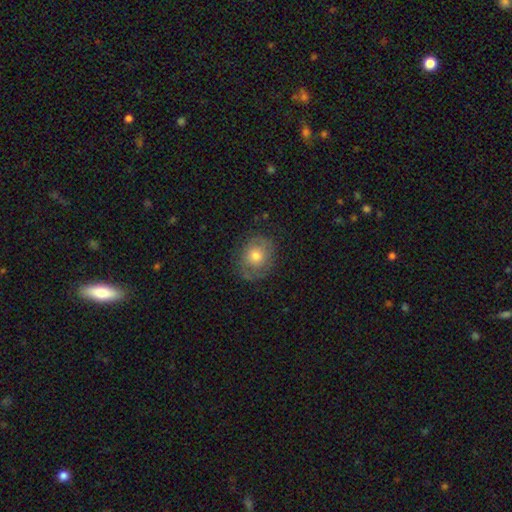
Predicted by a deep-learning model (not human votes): This is likely a smooth galaxy (62%). How rounded: likely round (70%). Merging: likely none (73%).